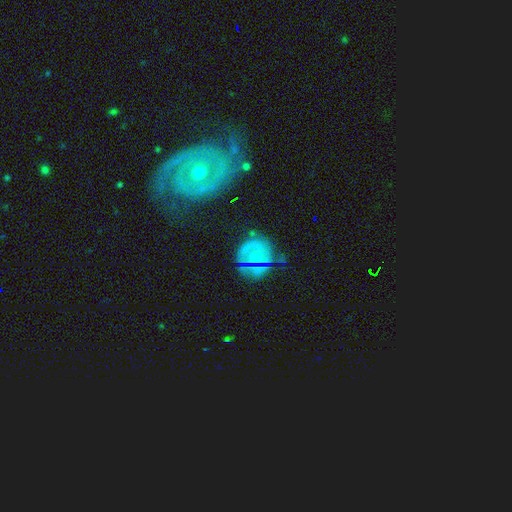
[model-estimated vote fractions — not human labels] This appears to be a featured or disk galaxy (50%). Merging: none (53%).